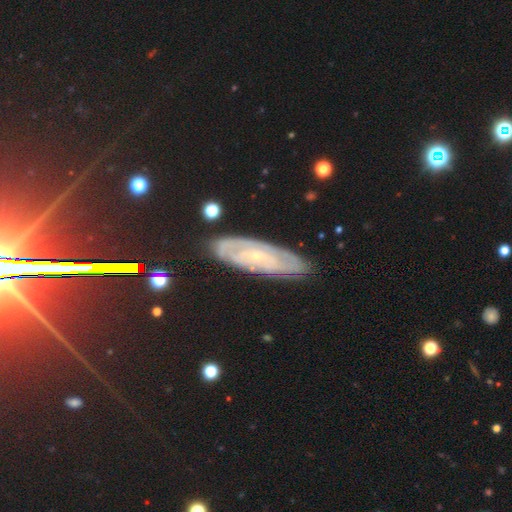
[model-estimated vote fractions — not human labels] A featured or disk galaxy (77%) with no bar (68%), tight (72%) spiral arms (88%) and a small central bulge (83%).

Vote fractions:
- Smooth or featured? featured or disk: 77% / smooth: 15% / star or artifact: 8%
- Edge-on disk? no: 85% / yes: 15%
- Bar? no: 68% / weak: 25% / strong: 7%
- Spiral arms? yes: 88% / no: 12%
- Spiral winding? tight: 72% / medium: 22% / loose: 6%
- Spiral arm count? can't tell: 52% / 2: 25% / 3: 9% / 4: 6% / 1: 5% / more than 4: 5%
- Bulge size? small: 83% / moderate: 13% / none: 3% / large: 1% / dominant: 1%
- Merging? none: 81% / minor disturbance: 14% / major disturbance: 3% / merger: 1%